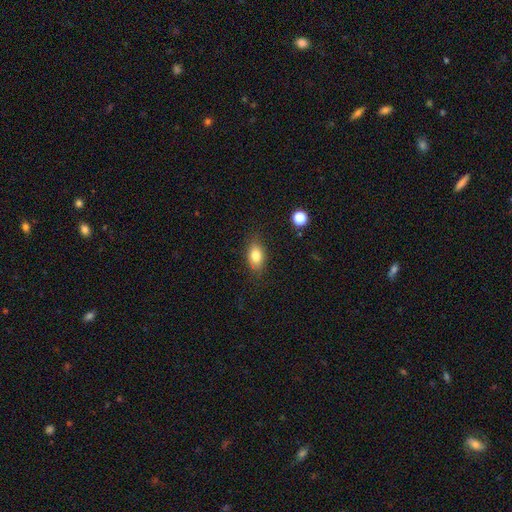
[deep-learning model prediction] smooth 79%, featured or disk 12%, star or artifact 9%. Down the decision tree: how rounded — in between (83%); merging — none (81%).